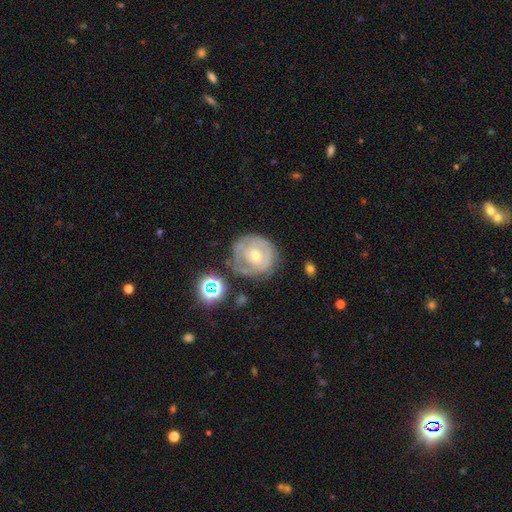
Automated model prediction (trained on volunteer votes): A featured or disk galaxy (66%) with no bar (72%), spiral arms (68%) and a small central bulge (51%).

Vote fractions:
- Smooth or featured? featured or disk: 66% / smooth: 25% / star or artifact: 9%
- Edge-on disk? no: 97% / yes: 3%
- Bar? no: 72% / weak: 23% / strong: 6%
- Spiral arms? yes: 68% / no: 32%
- Bulge size? small: 51% / moderate: 45% / large: 2% / none: 1% / dominant: 1%
- Merging? none: 62% / minor disturbance: 23% / major disturbance: 10% / merger: 5%